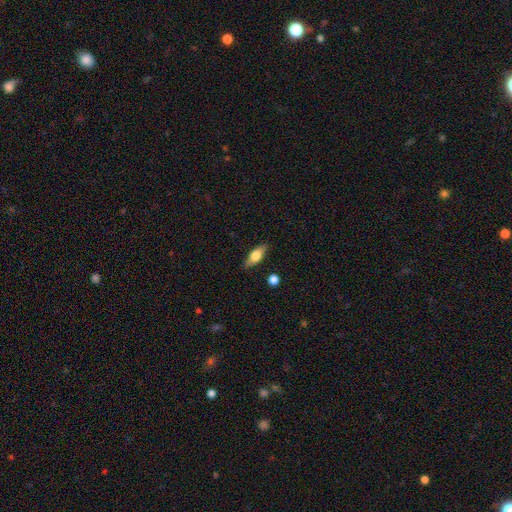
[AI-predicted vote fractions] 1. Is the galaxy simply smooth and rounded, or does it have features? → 60% smooth, 33% featured or disk, 7% star or artifact.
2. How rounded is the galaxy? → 69% in between, 27% cigar-shaped, 4% round.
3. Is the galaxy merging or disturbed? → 84% none, 12% minor disturbance, 3% major disturbance, 2% merger.